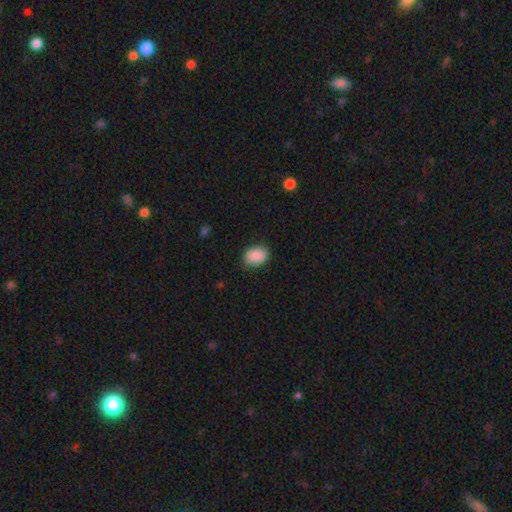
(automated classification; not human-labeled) smooth 86%, featured or disk 7%, star or artifact 7%. Down the decision tree: how rounded — in between (72%); merging — none (83%).